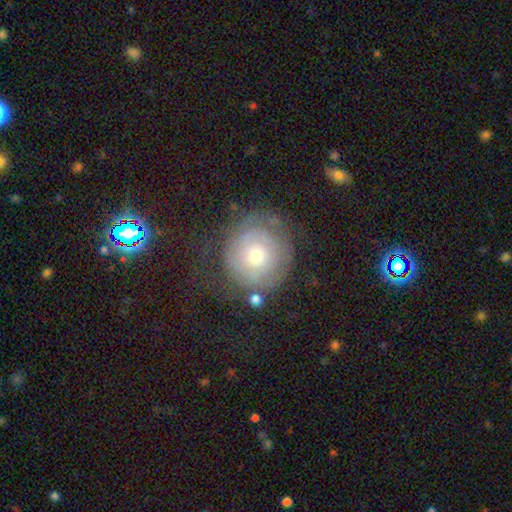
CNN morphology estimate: smooth_or_featured: featured or disk (p=0.55) [alt: smooth p=0.35]
disk_edge_on: no (p=0.96) [alt: yes p=0.04]
bar: no (p=0.86) [alt: weak p=0.11]
has_spiral_arms: yes (p=0.67) [alt: no p=0.33]
bulge_size: small (p=0.46) [tied with: moderate p=0.46]
merging: none (p=0.62) [alt: minor disturbance p=0.20]